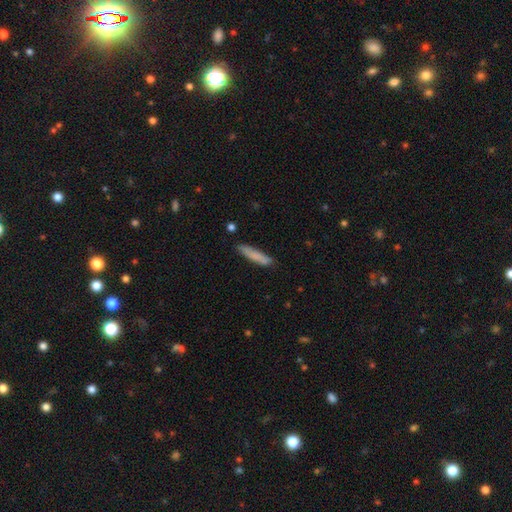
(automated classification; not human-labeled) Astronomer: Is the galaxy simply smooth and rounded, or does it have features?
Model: smooth — 79%.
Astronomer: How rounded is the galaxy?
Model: cigar-shaped — 87%.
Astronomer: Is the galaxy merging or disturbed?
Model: none — 82%.